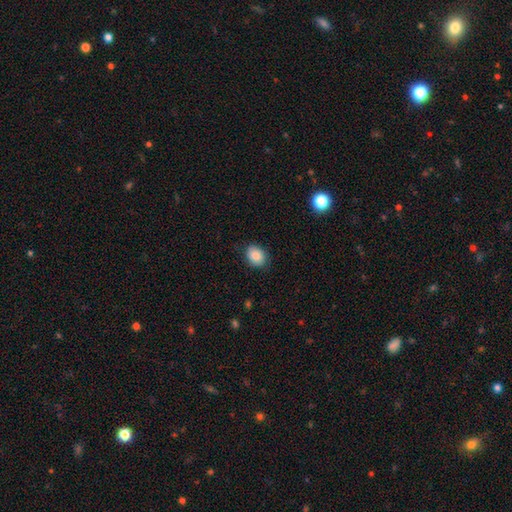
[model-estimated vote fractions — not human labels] smooth 85%, star or artifact 8%, featured or disk 7%. Down the decision tree: how rounded — in between (54%); merging — none (84%).